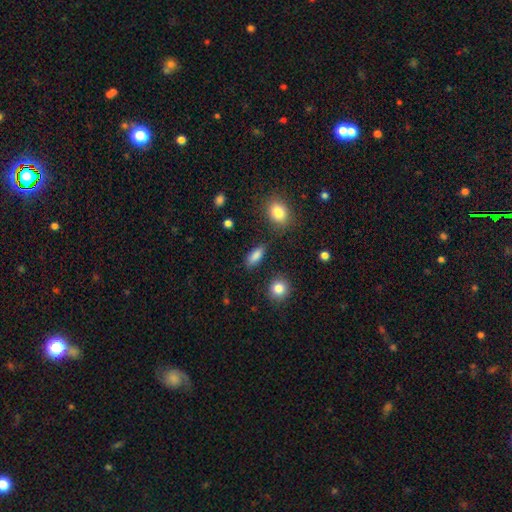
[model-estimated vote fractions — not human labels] Smooth or featured: smooth — 86% (star or artifact — 9%)
How rounded: in between — 76% (cigar-shaped — 18%)
Merging: none — 83% (minor disturbance — 11%)